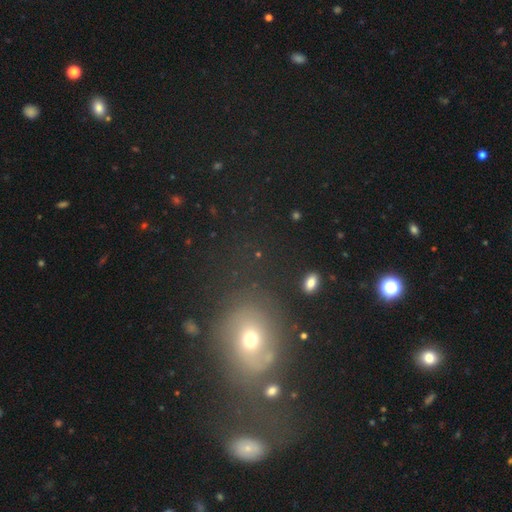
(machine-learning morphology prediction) smooth-or-featured: smooth: 46% | star or artifact: 31% | featured or disk: 24%
  merging: none: 66% | minor disturbance: 14% | major disturbance: 10% | merger: 9%